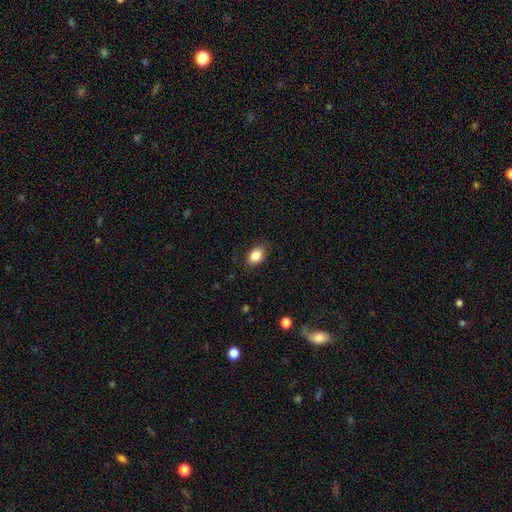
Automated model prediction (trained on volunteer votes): smooth-or-featured: smooth: 86% | star or artifact: 8% | featured or disk: 6%
  how-rounded: in between: 82% | round: 17% | cigar-shaped: 1%
  merging: none: 83% | minor disturbance: 13% | major disturbance: 3% | merger: 1%